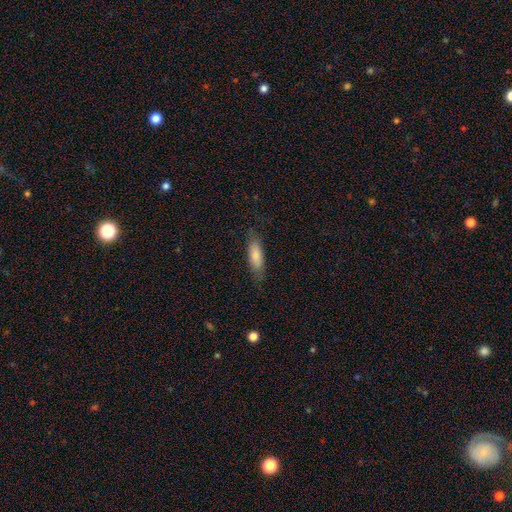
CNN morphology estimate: Overall: smooth (78%). How rounded: in between (54%; cigar-shaped 44%). Merging: none (78%).